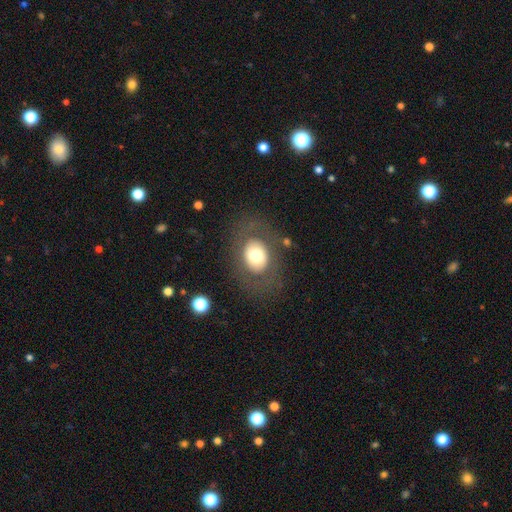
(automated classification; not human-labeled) Overall: smooth (62%; featured or disk 30%). How rounded: in between (63%; round 36%). Merging: none (78%).